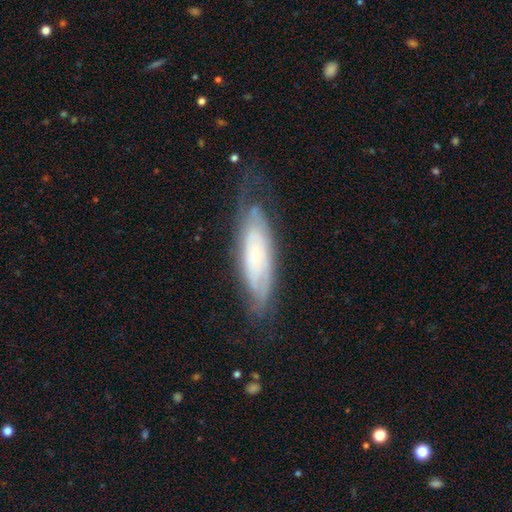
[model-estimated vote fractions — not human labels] Smooth or featured: featured or disk — 64% (smooth — 28%)
Edge-on disk: no — 75% (yes — 25%)
Merging: none — 61% (minor disturbance — 25%)